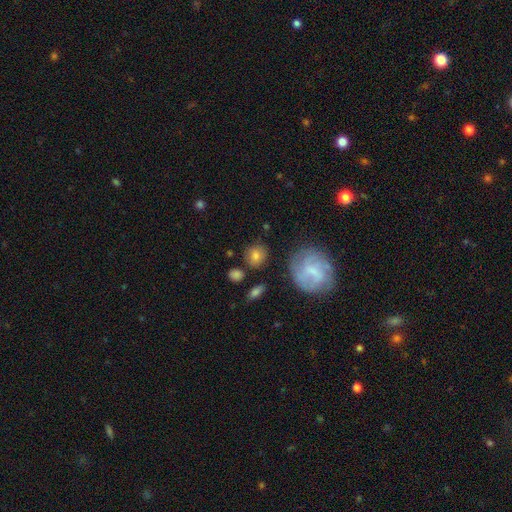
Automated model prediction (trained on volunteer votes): Morphology: type=smooth (72%); roundness=round (80%); merging=none (79%).